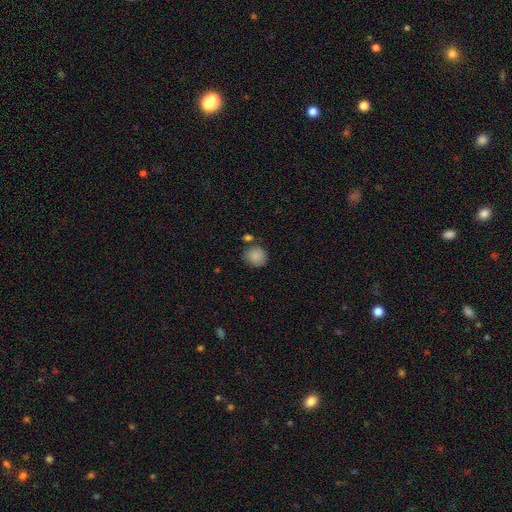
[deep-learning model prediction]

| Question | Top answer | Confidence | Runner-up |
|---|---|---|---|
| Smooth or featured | smooth | 86% | star or artifact (8%) |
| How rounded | round | 85% | in between (15%) |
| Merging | none | 72% | minor disturbance (15%) |